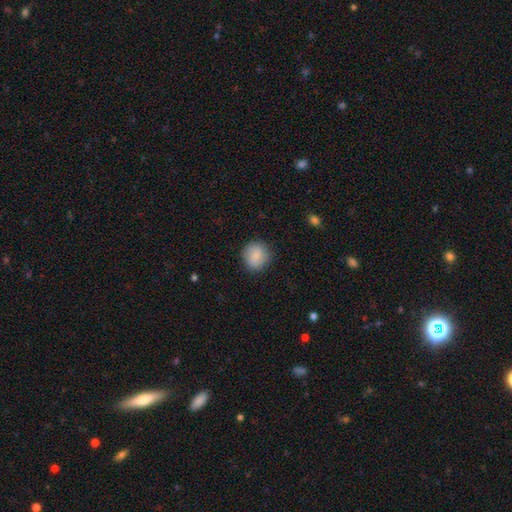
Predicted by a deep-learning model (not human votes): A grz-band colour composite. It shows a smooth galaxy with no disk features (86%) that is round (88%). Merging: none (87%).